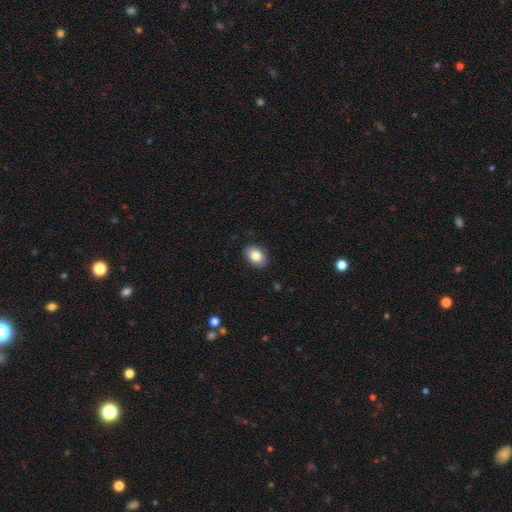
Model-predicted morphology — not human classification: type=smooth (84%); roundness=in between (72%); merging=none (88%).